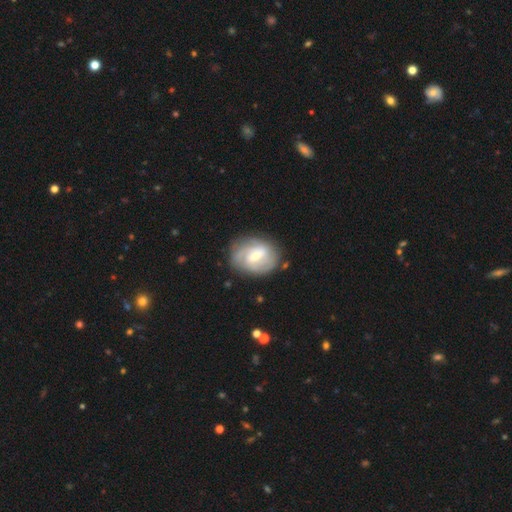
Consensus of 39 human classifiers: smooth-or-featured: featured or disk: 69% | smooth: 28% | star or artifact: 3%
  disk-edge-on: no: 96% | yes: 4%
    bar: weak: 69% | no: 19% | strong: 12%
    has-spiral-arms: yes: 92% | no: 8%
      spiral-winding: tight: 50% | medium: 42% | loose: 8%
      spiral-arm-count: 2: 38% | 3: 29% | can't tell: 29% | 4: 4% | 1: 0% | more than 4: 0%
    bulge-size: small: 58% | moderate: 38% | large: 4% | dominant: 0% | none: 0%
  merging: none: 82% | minor disturbance: 8% | merger: 8% | major disturbance: 3%